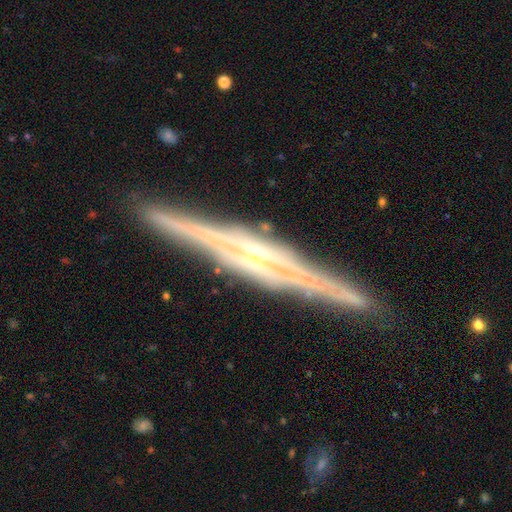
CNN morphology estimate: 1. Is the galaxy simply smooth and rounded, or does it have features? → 90% featured or disk, 5% smooth, 5% star or artifact.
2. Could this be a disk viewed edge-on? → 98% yes, 2% no.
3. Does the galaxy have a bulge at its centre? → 54% boxy, 35% rounded, 11% none.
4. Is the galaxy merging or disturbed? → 90% none, 7% minor disturbance, 2% major disturbance, 1% merger.